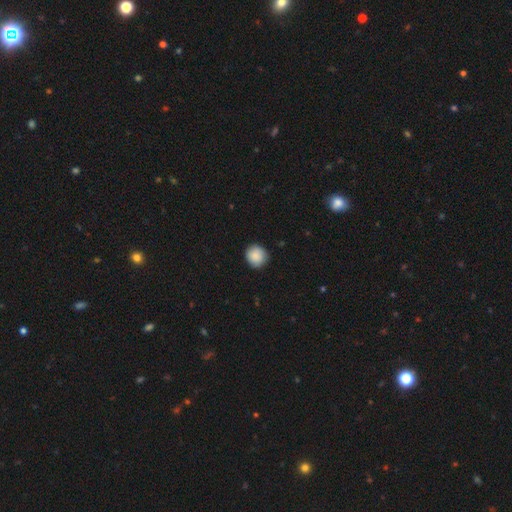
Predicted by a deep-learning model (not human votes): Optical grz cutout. It shows a smooth galaxy with no disk features (89%) that is round (90%). Merging: none (87%).